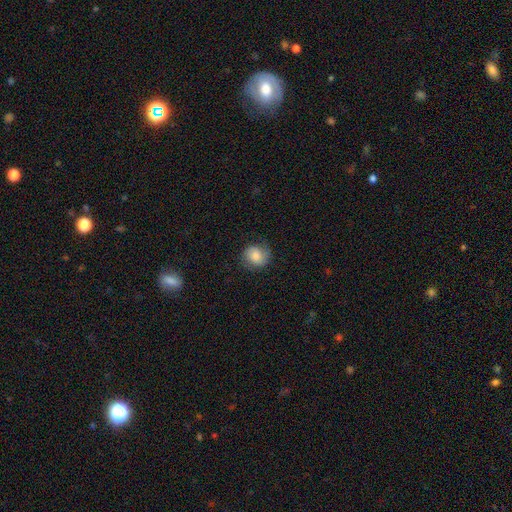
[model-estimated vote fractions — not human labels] The model was most divided on "smooth or featured": smooth: 67%, featured or disk: 24%, star or artifact: 9%. More confident: how rounded — round (77%); merging — none (68%).